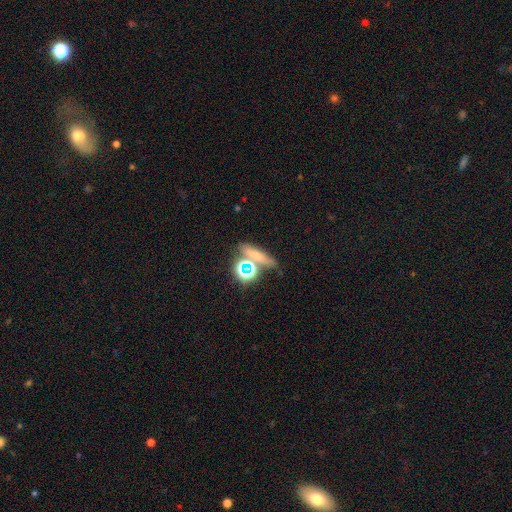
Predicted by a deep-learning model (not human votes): A smooth galaxy with no disk features (55%) that is cigar-shaped (56%). Merging: none (67%).